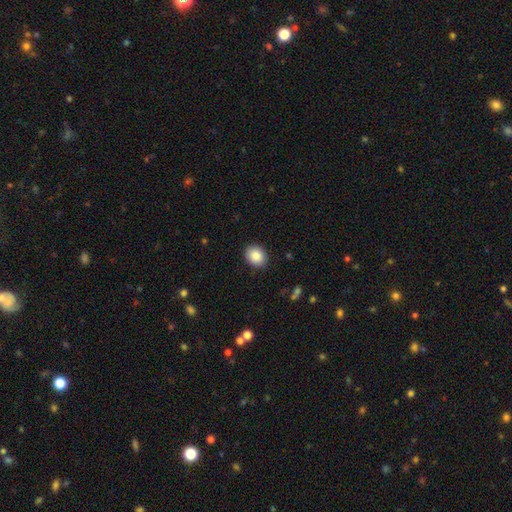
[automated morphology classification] Smooth or featured?
  - smooth: 86% *
  - star or artifact: 8%
  - featured or disk: 6%
How rounded?
  - round: 53% *
  - in between: 46%
  - cigar-shaped: 1%
Merging?
  - none: 90% *
  - minor disturbance: 8%
  - major disturbance: 2%
  - merger: 1%